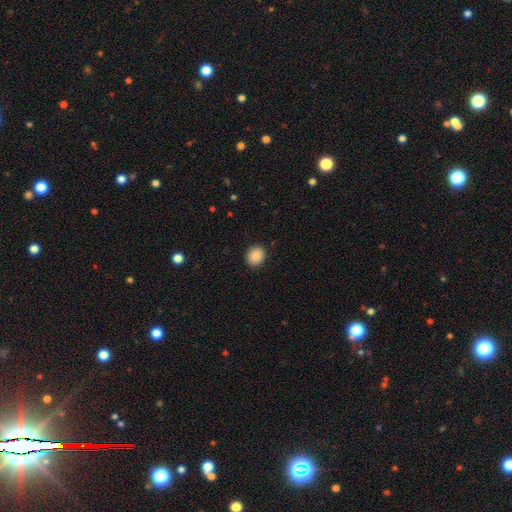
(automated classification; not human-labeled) Smooth or featured: smooth — 88% (star or artifact — 8%)
How rounded: round — 64% (in between — 36%)
Merging: none — 91% (minor disturbance — 6%)